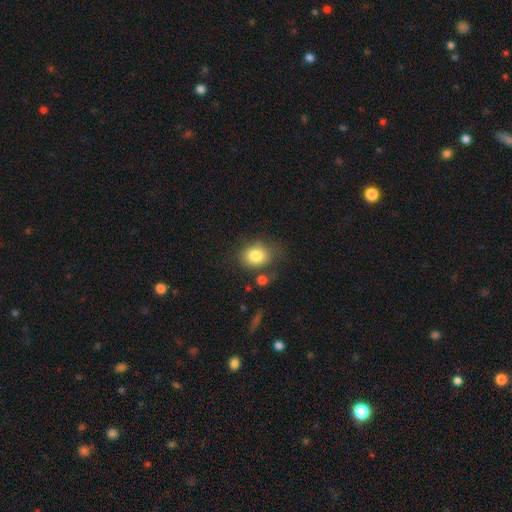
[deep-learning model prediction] This is clearly a smooth galaxy (83%). How rounded: possibly in between (54%). Merging: likely none (65%).